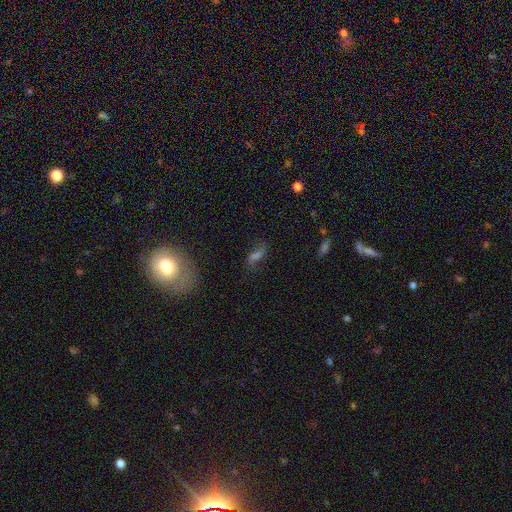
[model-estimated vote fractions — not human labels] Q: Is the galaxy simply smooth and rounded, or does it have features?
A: smooth — 42%.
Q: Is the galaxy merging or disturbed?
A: none — 62%.